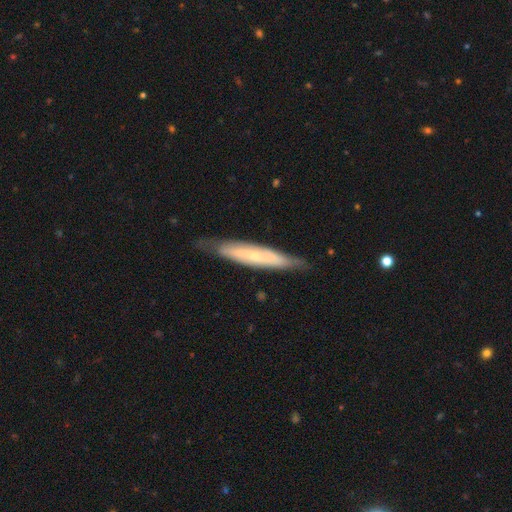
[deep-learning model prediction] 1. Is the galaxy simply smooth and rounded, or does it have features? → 60% featured or disk, 34% smooth, 6% star or artifact.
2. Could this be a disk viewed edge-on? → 60% yes, 40% no.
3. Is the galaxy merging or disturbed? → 77% none, 18% minor disturbance, 4% major disturbance, 1% merger.